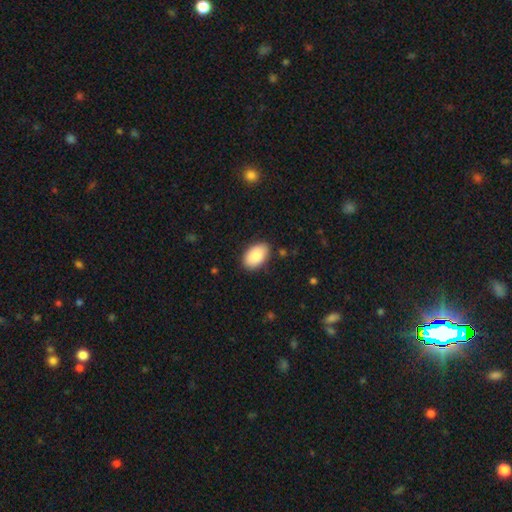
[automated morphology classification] smooth_or_featured: smooth (p=0.88) [alt: star or artifact p=0.06]
how_rounded: in between (p=0.93) [alt: round p=0.06]
merging: none (p=0.86) [alt: minor disturbance p=0.11]